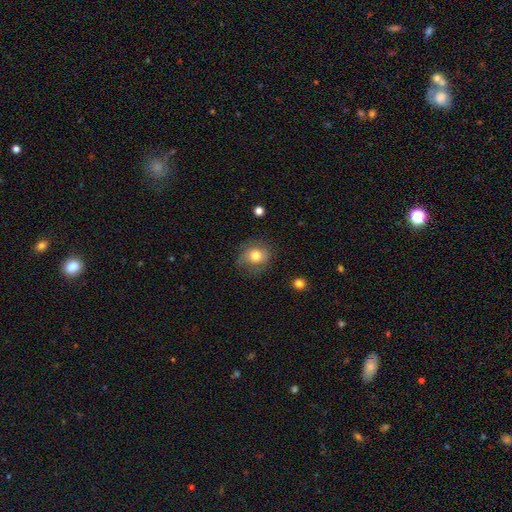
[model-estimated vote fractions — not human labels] Smooth or featured?
  - smooth: 73% *
  - featured or disk: 17%
  - star or artifact: 10%
How rounded?
  - round: 71% *
  - in between: 28%
  - cigar-shaped: 1%
Merging?
  - none: 70% *
  - minor disturbance: 21%
  - major disturbance: 8%
  - merger: 1%